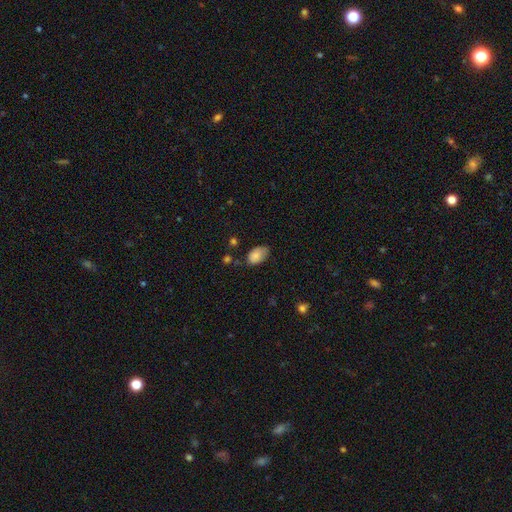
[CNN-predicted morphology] smooth 83%, featured or disk 10%, star or artifact 7%. Down the decision tree: how rounded — in between (92%); merging — none (61%).